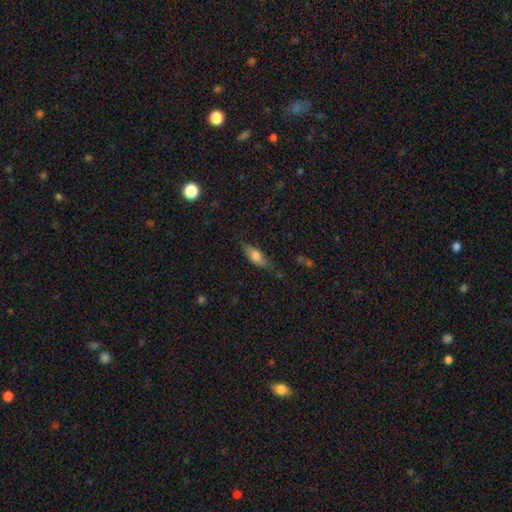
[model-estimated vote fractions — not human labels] Q: Smooth or featured?
A: smooth (65%); runner-up: featured or disk (28%)
Q: How rounded?
A: in between (62%); runner-up: cigar-shaped (35%)
Q: Merging?
A: none (74%); runner-up: minor disturbance (20%)